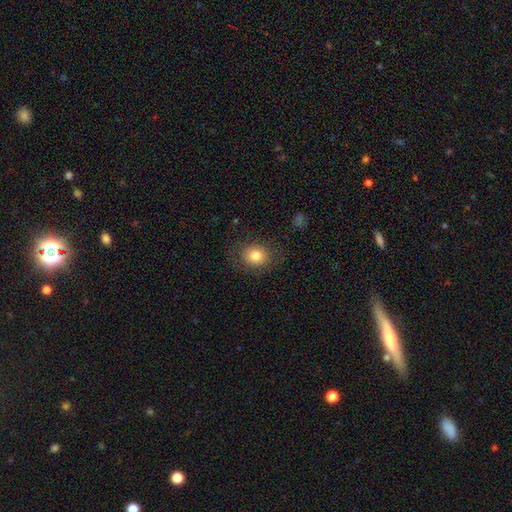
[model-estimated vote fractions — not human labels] A smooth galaxy with no disk features (81%) that is round (62%). Merging: none (82%).